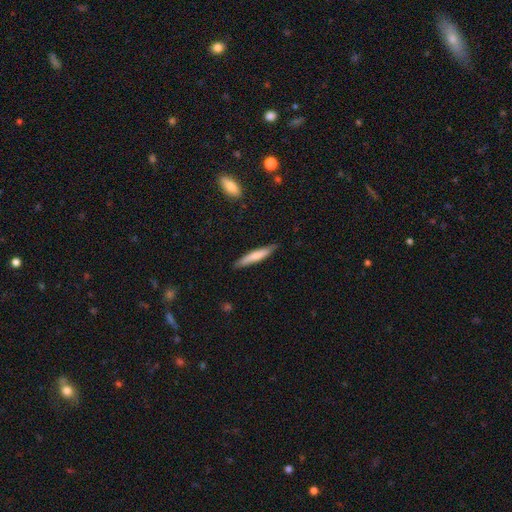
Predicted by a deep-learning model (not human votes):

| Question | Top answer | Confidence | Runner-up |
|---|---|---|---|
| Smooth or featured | smooth | 71% | featured or disk (24%) |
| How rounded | cigar-shaped | 91% | in between (8%) |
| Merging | none | 86% | minor disturbance (11%) |